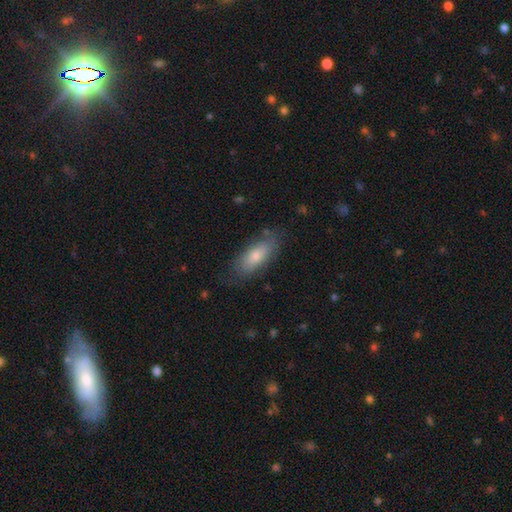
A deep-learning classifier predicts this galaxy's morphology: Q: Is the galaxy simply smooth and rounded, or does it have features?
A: smooth — 68%.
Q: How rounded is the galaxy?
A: in between — 74%.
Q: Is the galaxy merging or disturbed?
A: none — 76%.